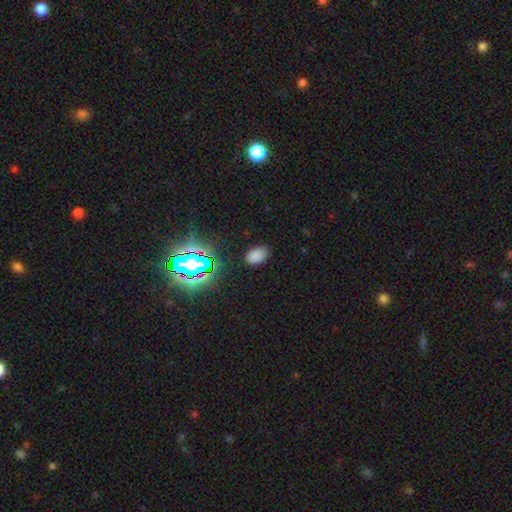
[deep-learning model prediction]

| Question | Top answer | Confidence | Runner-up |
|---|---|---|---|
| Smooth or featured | smooth | 73% | star or artifact (21%) |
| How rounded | in between | 85% | round (14%) |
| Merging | none | 80% | minor disturbance (15%) |